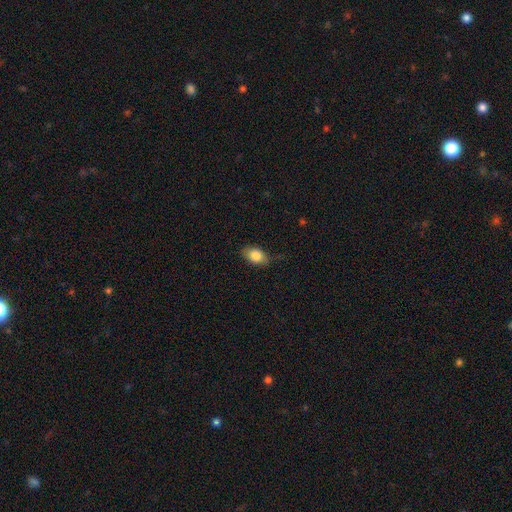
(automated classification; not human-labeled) smooth 83%, featured or disk 9%, star or artifact 8%. Down the decision tree: how rounded — in between (85%); merging — none (74%).